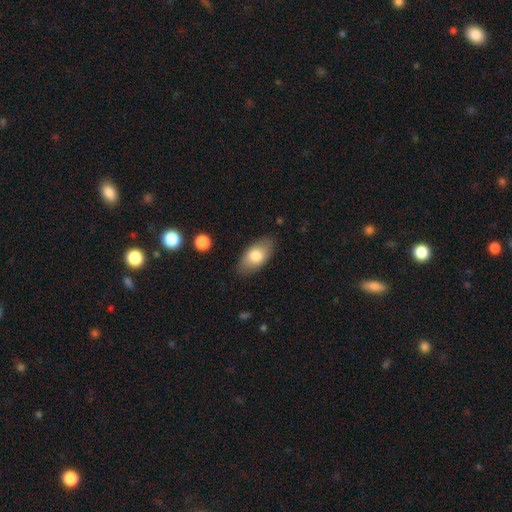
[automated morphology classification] A smooth galaxy with no disk features (76%) that is in between round and cigar-shaped (92%). Merging: none (83%).